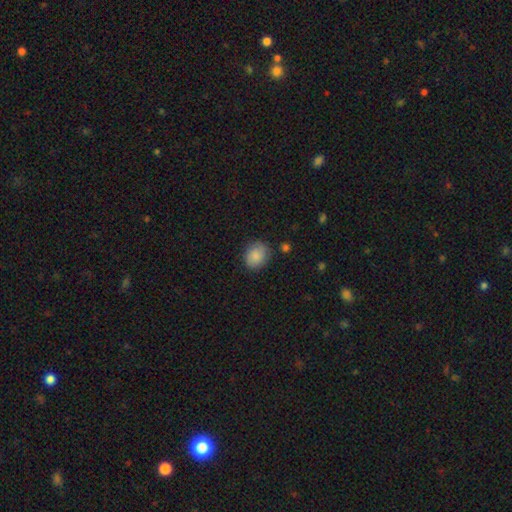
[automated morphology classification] A smooth galaxy with no disk features (80%) that is round (54%).

Vote fractions:
- Smooth or featured? smooth: 80% / featured or disk: 12% / star or artifact: 8%
- How rounded? round: 54% / in between: 45% / cigar-shaped: 1%
- Merging? none: 80% / minor disturbance: 15% / major disturbance: 4% / merger: 2%